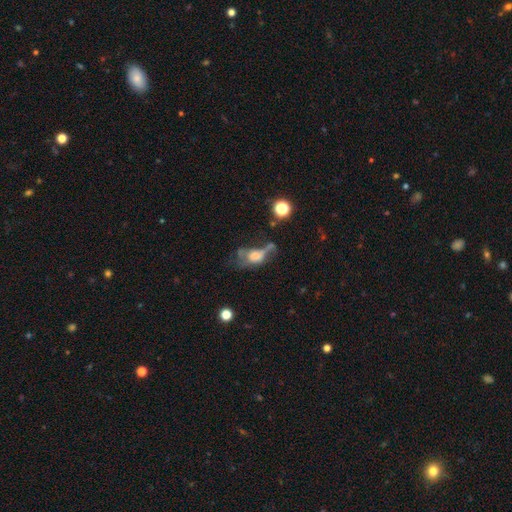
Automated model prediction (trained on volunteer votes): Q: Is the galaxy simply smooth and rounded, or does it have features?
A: smooth — 47%.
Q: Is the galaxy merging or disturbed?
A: major disturbance — 46%.